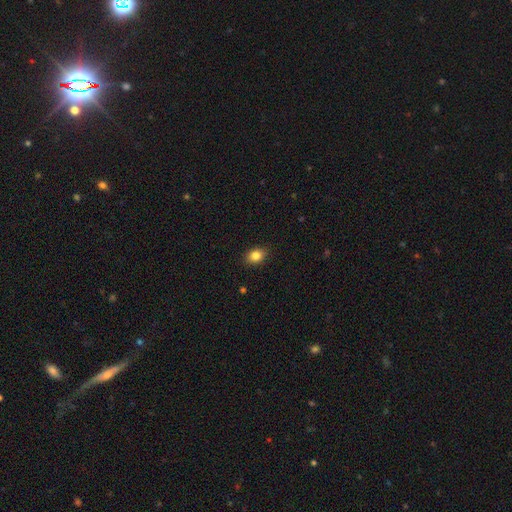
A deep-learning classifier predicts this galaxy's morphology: A smooth galaxy with no disk features (84%) that is in between round and cigar-shaped (72%).

Vote fractions:
- Smooth or featured? smooth: 84% / star or artifact: 9% / featured or disk: 7%
- How rounded? in between: 72% / round: 26% / cigar-shaped: 2%
- Merging? none: 88% / minor disturbance: 9% / major disturbance: 2% / merger: 1%